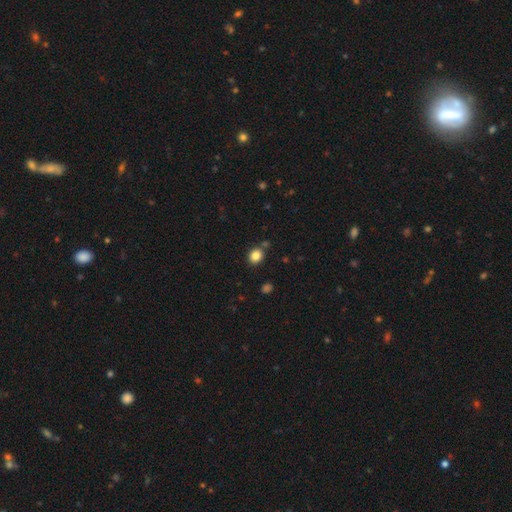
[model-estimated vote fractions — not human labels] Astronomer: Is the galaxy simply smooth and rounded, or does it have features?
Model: smooth — 85%.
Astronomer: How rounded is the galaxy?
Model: round — 66%.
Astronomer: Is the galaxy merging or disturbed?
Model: none — 80%.